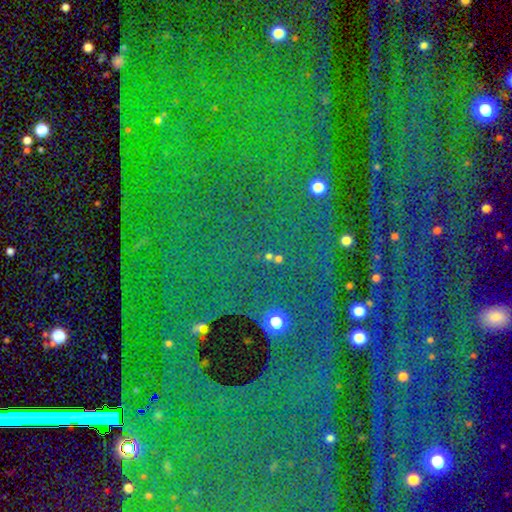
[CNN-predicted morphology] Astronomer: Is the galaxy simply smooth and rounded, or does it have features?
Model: star or artifact — 86%.